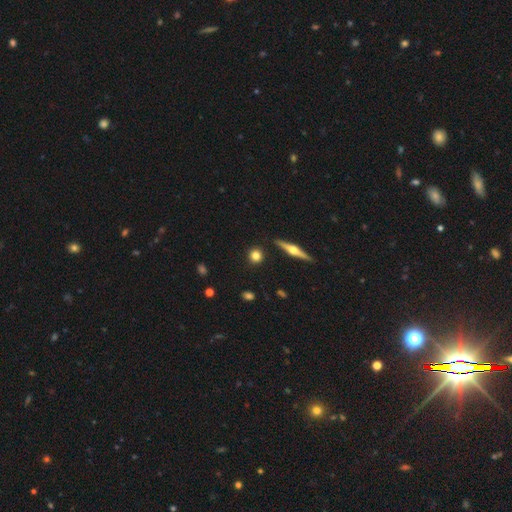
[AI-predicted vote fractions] Smooth or featured: smooth — 72% (featured or disk — 18%)
How rounded: round — 90% (in between — 7%)
Merging: none — 89% (minor disturbance — 6%)